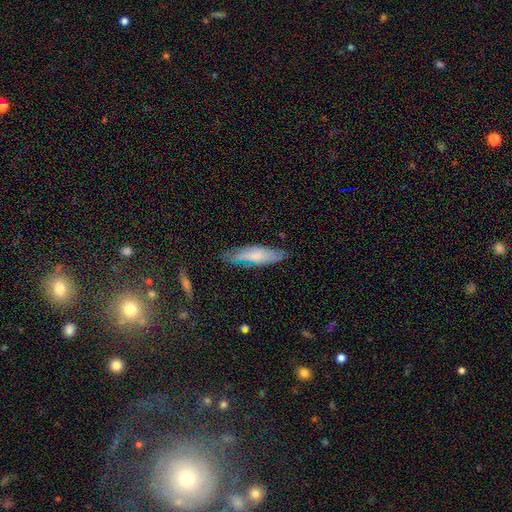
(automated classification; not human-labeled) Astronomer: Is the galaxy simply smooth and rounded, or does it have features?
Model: smooth — 61%.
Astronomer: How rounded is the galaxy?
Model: cigar-shaped — 62%.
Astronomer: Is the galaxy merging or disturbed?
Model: none — 71%.